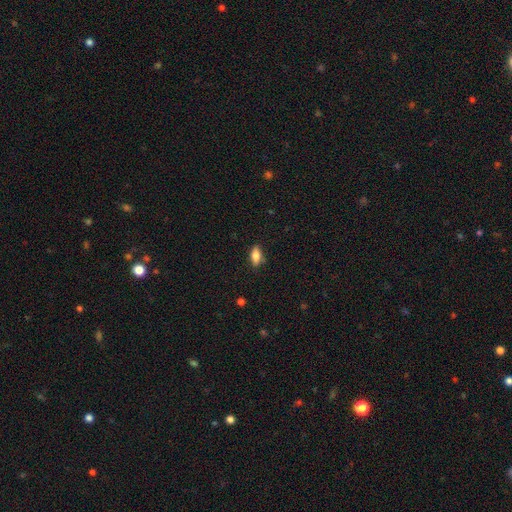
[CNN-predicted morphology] A smooth galaxy with no disk features (78%) that is in between round and cigar-shaped (82%).

Vote fractions:
- Smooth or featured? smooth: 78% / featured or disk: 14% / star or artifact: 8%
- How rounded? in between: 82% / cigar-shaped: 15% / round: 4%
- Merging? none: 81% / minor disturbance: 14% / major disturbance: 3% / merger: 1%